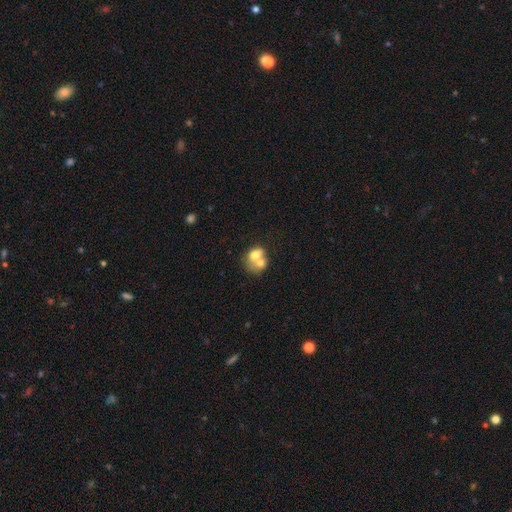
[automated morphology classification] Smooth or featured?
  - smooth: 64% *
  - featured or disk: 27%
  - star or artifact: 9%
How rounded?
  - in between: 53% *
  - round: 46%
  - cigar-shaped: 1%
Merging?
  - merger: 68% *
  - none: 19%
  - minor disturbance: 8%
  - major disturbance: 5%